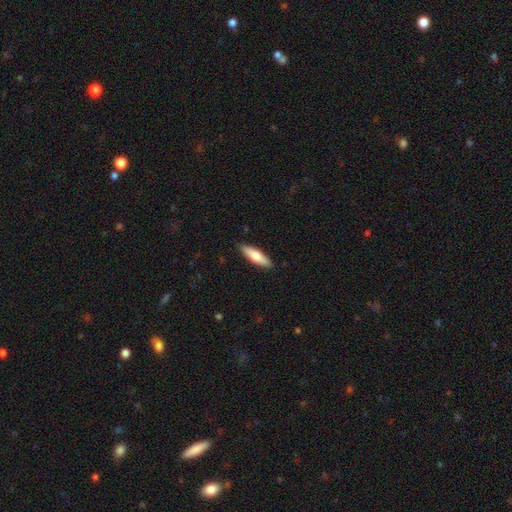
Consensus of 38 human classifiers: smooth_or_featured: smooth (p=0.61) [alt: featured or disk p=0.39]
how_rounded: cigar-shaped (p=0.61) [alt: in between p=0.39]
merging: none (p=0.87) [alt: minor disturbance p=0.13]